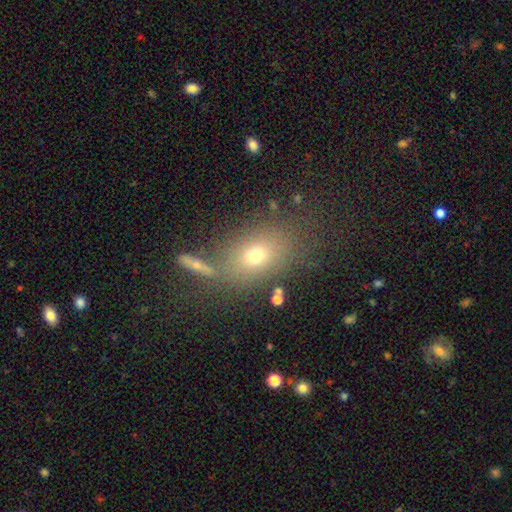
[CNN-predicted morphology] This is likely a smooth galaxy (66%). How rounded: likely in between (72%). Merging: likely none (71%).